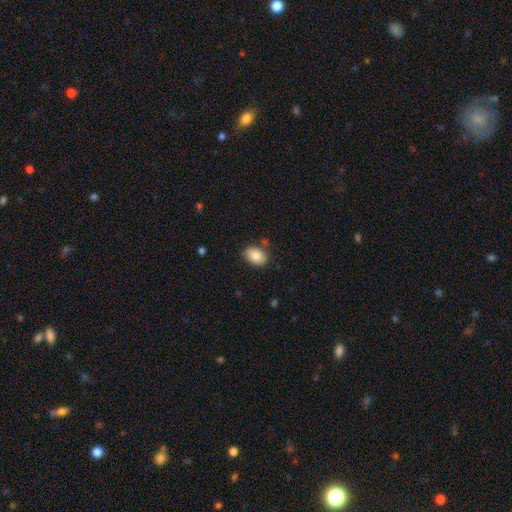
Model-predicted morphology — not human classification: Smooth or featured? Predicted: smooth (p=0.84). How rounded? Predicted: in between (p=0.80). Merging? Predicted: none (p=0.79).